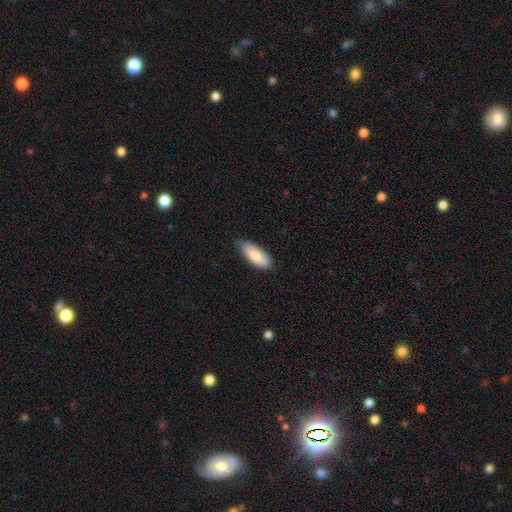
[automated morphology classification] Smooth or featured?
  - smooth: 82% *
  - featured or disk: 12%
  - star or artifact: 6%
How rounded?
  - in between: 79% *
  - cigar-shaped: 19%
  - round: 2%
Merging?
  - none: 74% *
  - minor disturbance: 22%
  - major disturbance: 3%
  - merger: 1%